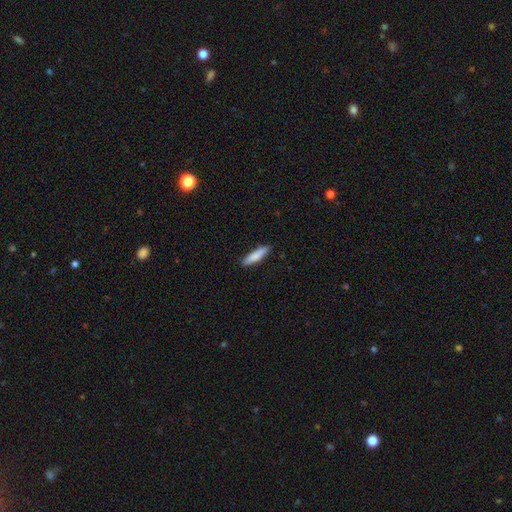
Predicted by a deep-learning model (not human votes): Morphology: type=smooth (81%); roundness=cigar-shaped (81%); merging=none (89%).